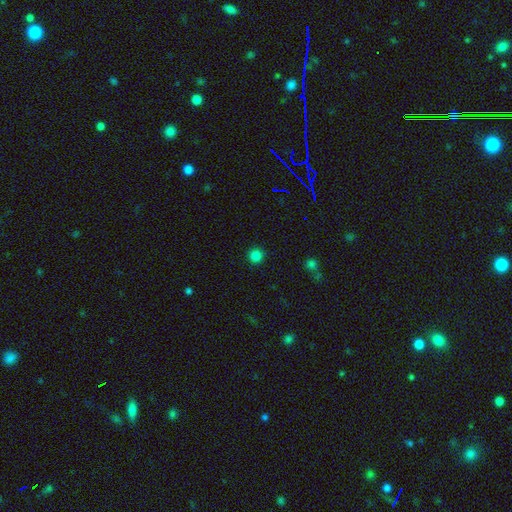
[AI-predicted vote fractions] Morphology: type=smooth (83%); roundness=round (95%); merging=none (92%).